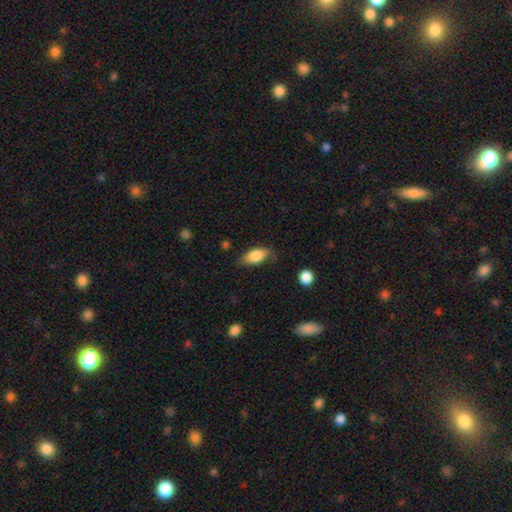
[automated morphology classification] Smooth or featured?
  - smooth: 83% *
  - featured or disk: 10%
  - star or artifact: 7%
How rounded?
  - in between: 89% *
  - cigar-shaped: 7%
  - round: 4%
Merging?
  - none: 70% *
  - minor disturbance: 22%
  - major disturbance: 5%
  - merger: 2%